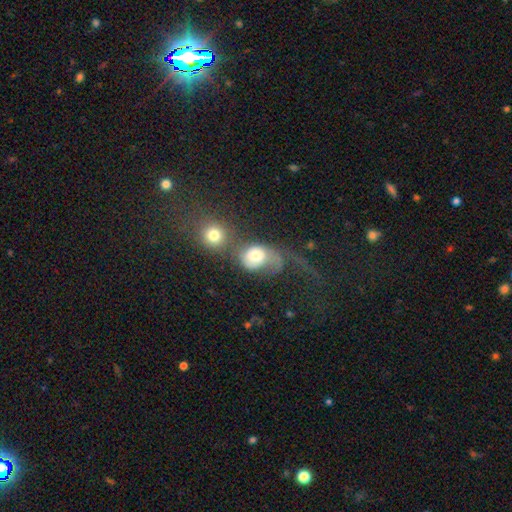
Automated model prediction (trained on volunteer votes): smooth-or-featured: smooth: 55% | featured or disk: 34% | star or artifact: 11%
  how-rounded: round: 60% | in between: 39% | cigar-shaped: 1%
  merging: merger: 51% | major disturbance: 26% | none: 15% | minor disturbance: 8%